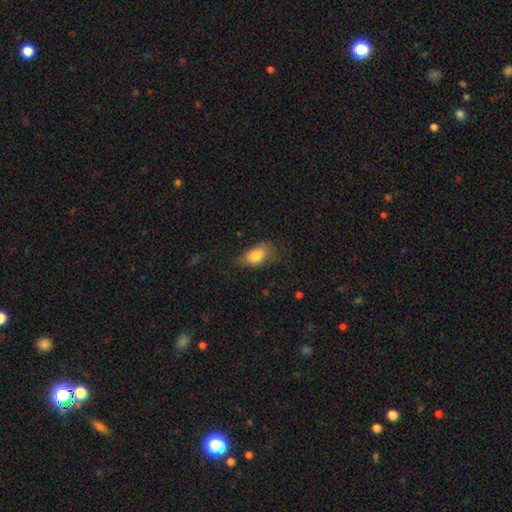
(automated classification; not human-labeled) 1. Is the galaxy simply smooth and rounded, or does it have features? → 81% smooth, 10% featured or disk, 8% star or artifact.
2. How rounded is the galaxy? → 86% in between, 10% round, 4% cigar-shaped.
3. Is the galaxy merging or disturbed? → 57% none, 29% minor disturbance, 12% major disturbance, 2% merger.